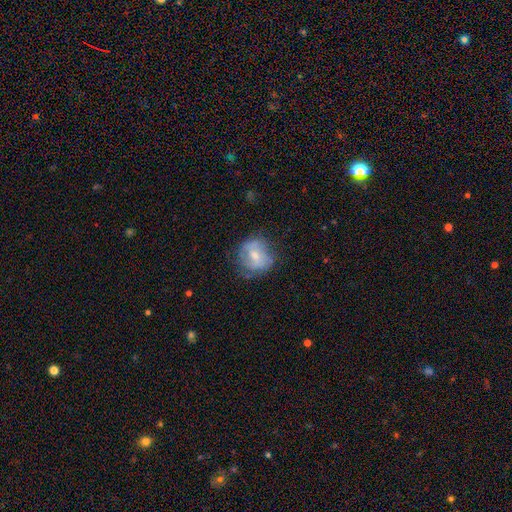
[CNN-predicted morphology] type=smooth (47%); merging=none (60%).